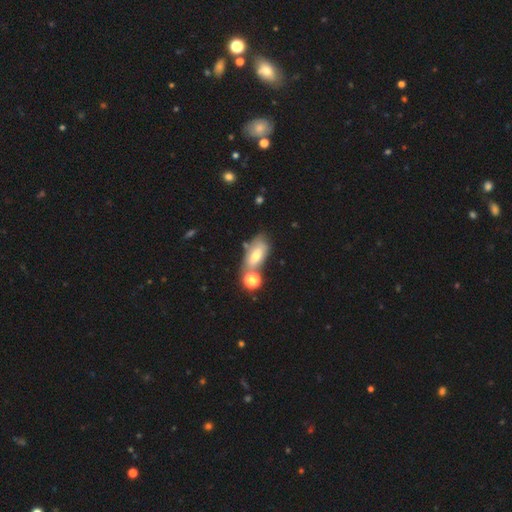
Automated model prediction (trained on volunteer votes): Smooth or featured? smooth (59%)
How rounded? in between (84%)
Merging? none (47%)